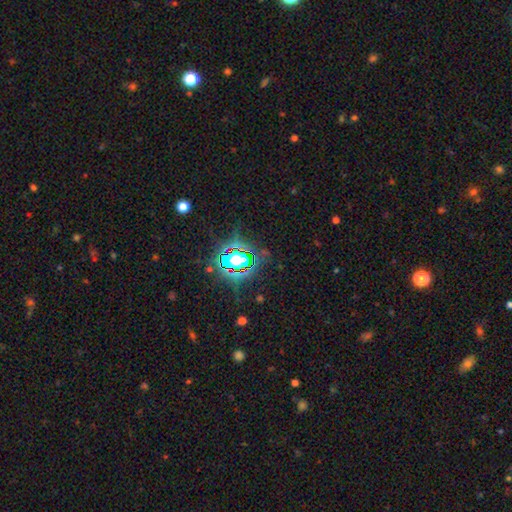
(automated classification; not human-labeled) smooth-or-featured: star or artifact: 83% | smooth: 10% | featured or disk: 7%